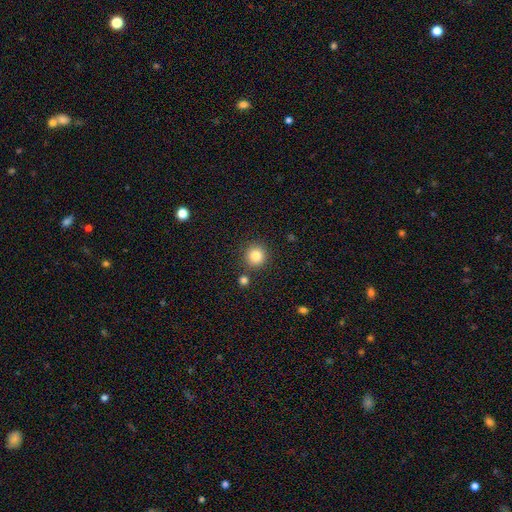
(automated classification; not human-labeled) This appears to be a smooth galaxy with no disk features (84%) that is round (93%). Merging: none (84%).